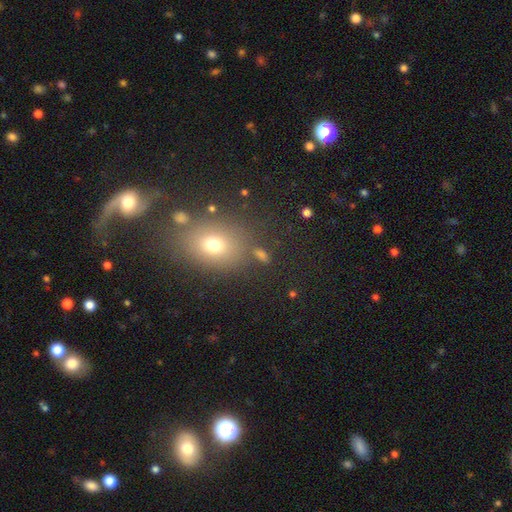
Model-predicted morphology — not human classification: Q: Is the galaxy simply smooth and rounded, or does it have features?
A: smooth — 57%.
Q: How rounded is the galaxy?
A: in between — 50%.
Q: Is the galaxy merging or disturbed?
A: none — 62%.